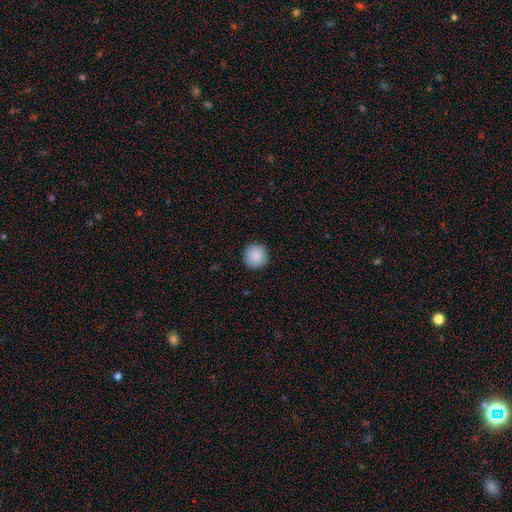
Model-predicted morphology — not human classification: The model was most divided on "smooth or featured": smooth: 89%, star or artifact: 8%, featured or disk: 4%. More confident: how rounded — round (95%); merging — none (92%).